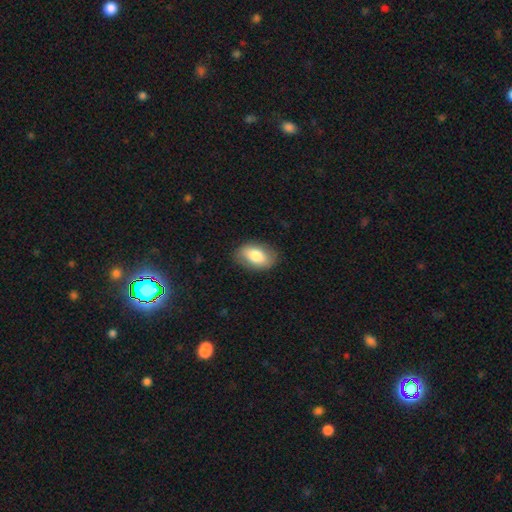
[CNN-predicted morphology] A smooth galaxy with no disk features (76%) that is in between round and cigar-shaped (90%). Merging: none (83%).